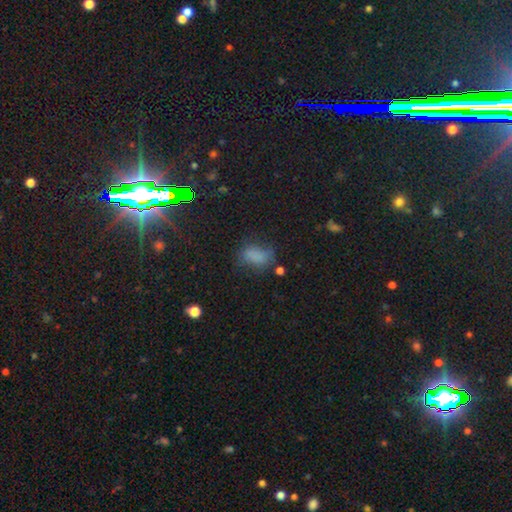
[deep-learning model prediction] Q: Smooth or featured?
A: smooth (73%); runner-up: star or artifact (17%)
Q: How rounded?
A: in between (82%); runner-up: round (15%)
Q: Merging?
A: none (51%); runner-up: minor disturbance (28%)